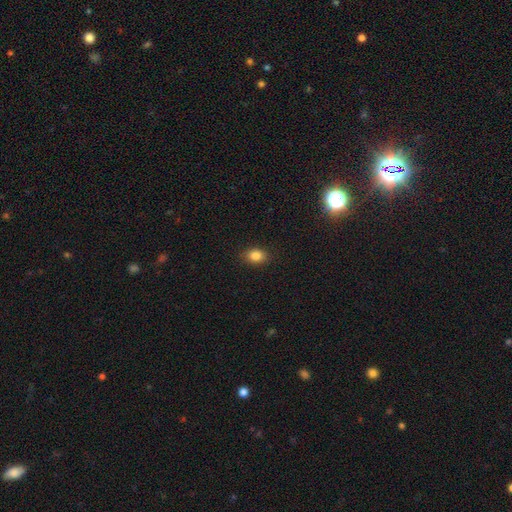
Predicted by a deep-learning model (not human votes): smooth_or_featured: smooth (p=0.85) [alt: star or artifact p=0.09]
how_rounded: in between (p=0.74) [alt: round p=0.24]
merging: none (p=0.89) [alt: minor disturbance p=0.08]